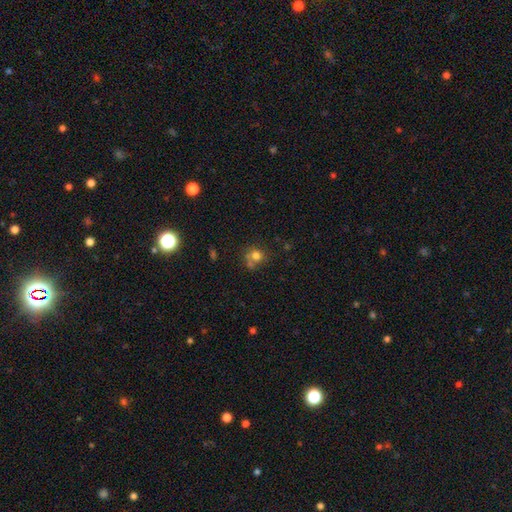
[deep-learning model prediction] A smooth galaxy with no disk features (75%) that is round (78%). Merging: none (49%).